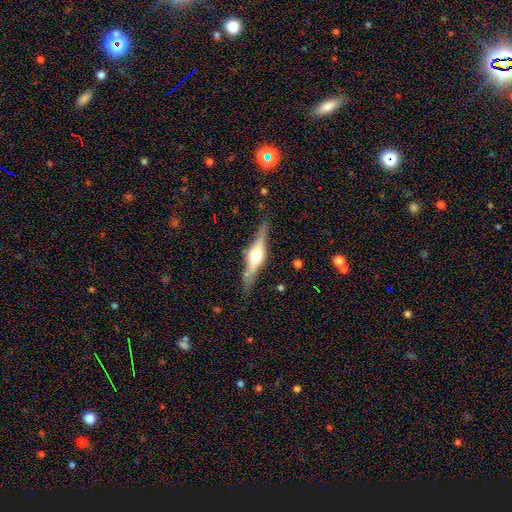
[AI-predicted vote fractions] Q: Smooth or featured?
A: featured or disk (75%); runner-up: smooth (19%)
Q: Edge-on disk?
A: yes (97%); runner-up: no (3%)
Q: Edge-on bulge?
A: rounded (90%); runner-up: boxy (9%)
Q: Merging?
A: none (84%); runner-up: minor disturbance (11%)